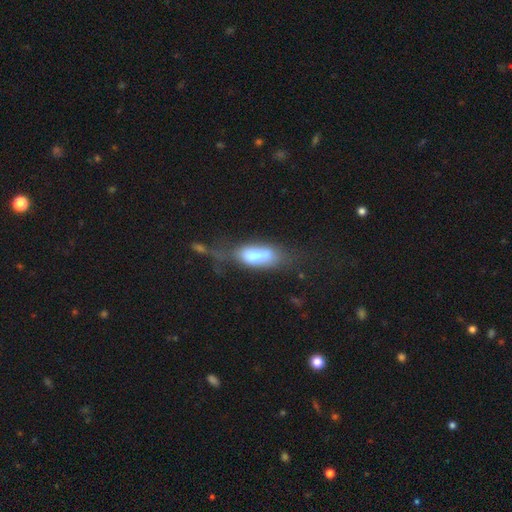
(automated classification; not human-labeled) Overall: smooth (65%; featured or disk 26%). How rounded: in between (75%). Merging: major disturbance (32%; none 26%).